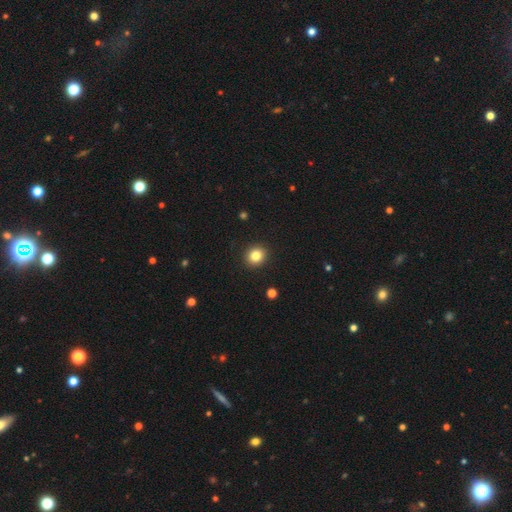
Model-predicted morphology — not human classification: Smooth or featured: smooth — 83% (star or artifact — 11%)
How rounded: round — 84% (in between — 15%)
Merging: none — 92% (minor disturbance — 5%)